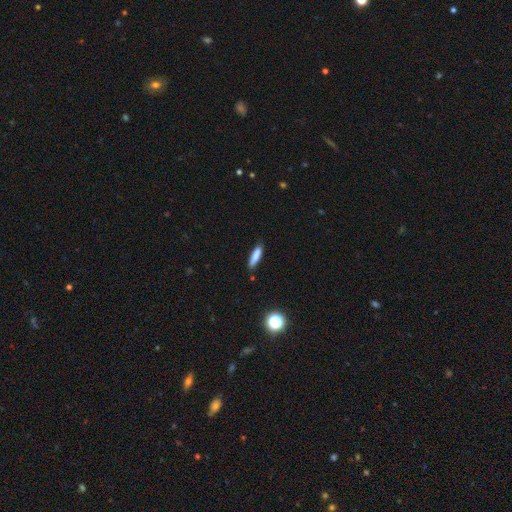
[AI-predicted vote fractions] smooth_or_featured: smooth (p=0.82) [alt: featured or disk p=0.10]
how_rounded: cigar-shaped (p=0.71) [alt: in between p=0.27]
merging: none (p=0.83) [alt: minor disturbance p=0.13]